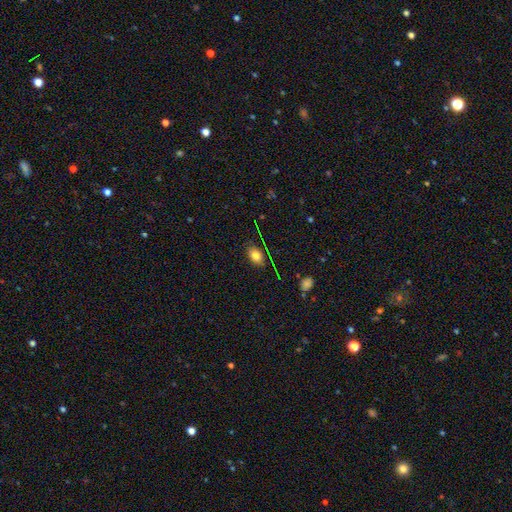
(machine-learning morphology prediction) Smooth or featured?
  - smooth: 77% *
  - star or artifact: 14%
  - featured or disk: 9%
How rounded?
  - in between: 78% *
  - round: 20%
  - cigar-shaped: 2%
Merging?
  - none: 82% *
  - minor disturbance: 13%
  - major disturbance: 3%
  - merger: 1%